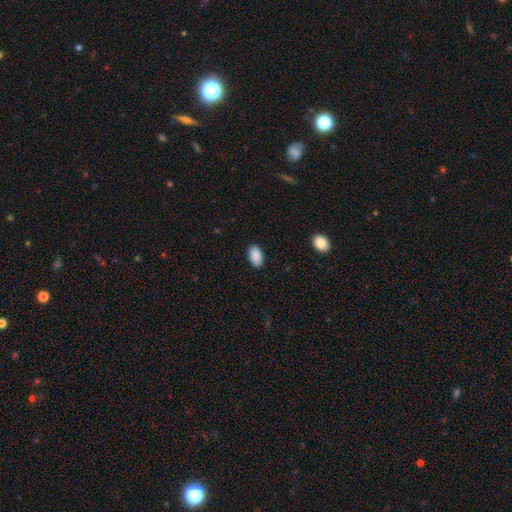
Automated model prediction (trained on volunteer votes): smooth 90%, star or artifact 7%, featured or disk 3%. Down the decision tree: how rounded — in between (93%); merging — none (89%).